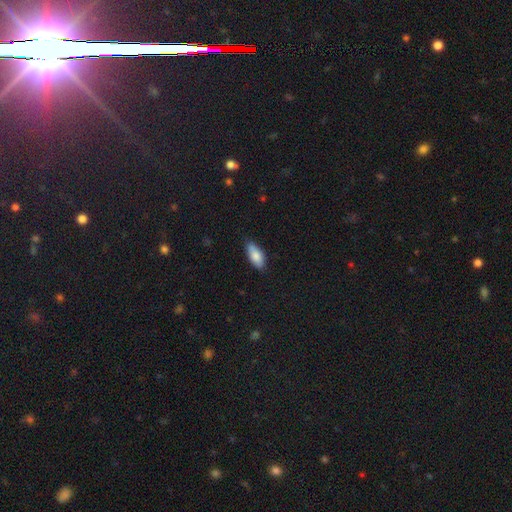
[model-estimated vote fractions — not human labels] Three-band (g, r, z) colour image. It shows a smooth galaxy with no disk features (82%) that is in between round and cigar-shaped (84%). Merging: none (79%).